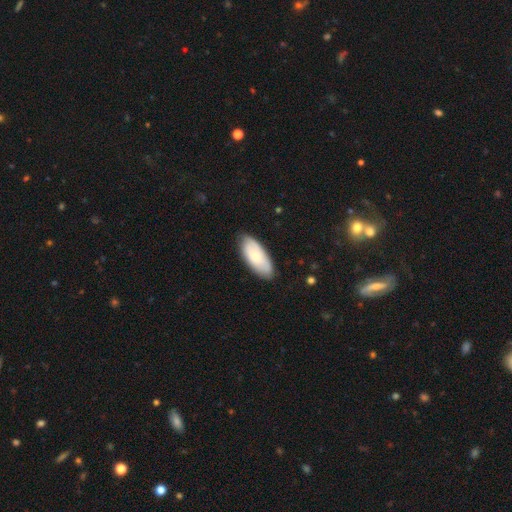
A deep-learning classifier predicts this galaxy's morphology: Overall: smooth (71%). How rounded: in between (87%). Merging: none (79%).